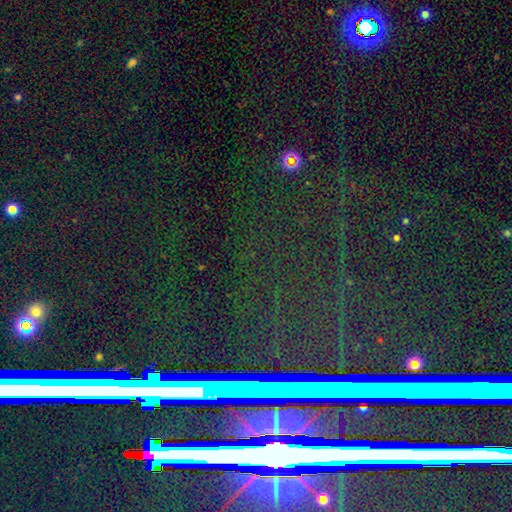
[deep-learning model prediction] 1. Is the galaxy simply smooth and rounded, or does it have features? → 80% star or artifact, 10% featured or disk, 9% smooth.